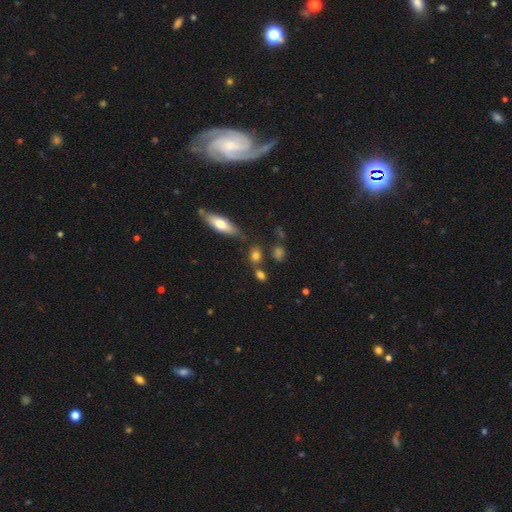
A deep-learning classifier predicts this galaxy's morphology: type=smooth (77%); roundness=in between (59%); merging=none (67%).